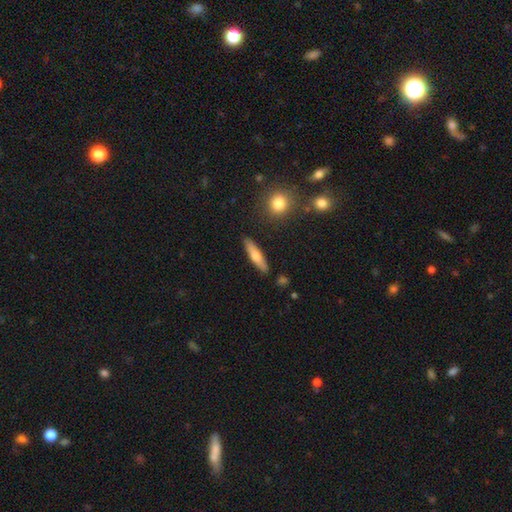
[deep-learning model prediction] This is likely a smooth galaxy (62%). How rounded: likely cigar-shaped (78%). Merging: clearly none (87%).